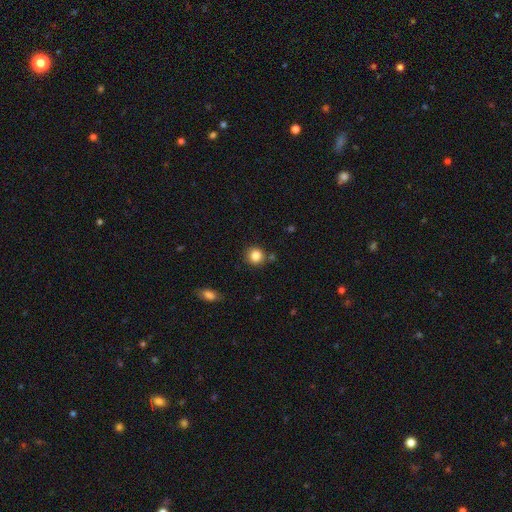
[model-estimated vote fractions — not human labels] A smooth galaxy with no disk features (84%) that is round (89%).

Vote fractions:
- Smooth or featured? smooth: 84% / star or artifact: 10% / featured or disk: 5%
- How rounded? round: 89% / in between: 10% / cigar-shaped: 1%
- Merging? none: 84% / minor disturbance: 9% / merger: 5% / major disturbance: 2%